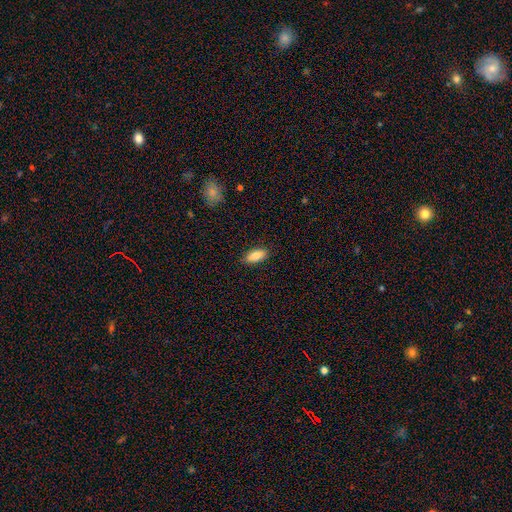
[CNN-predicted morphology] This appears to be a smooth galaxy with no disk features (85%) that is in between round and cigar-shaped (82%). Merging: none (88%).